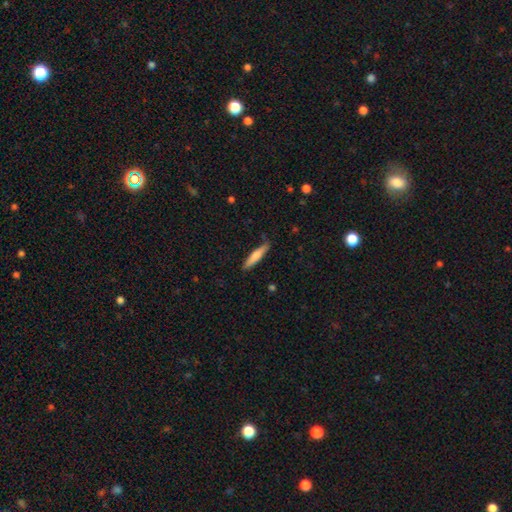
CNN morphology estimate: Q: Smooth or featured?
A: smooth (72%); runner-up: featured or disk (22%)
Q: How rounded?
A: cigar-shaped (86%); runner-up: in between (13%)
Q: Merging?
A: none (82%); runner-up: minor disturbance (14%)